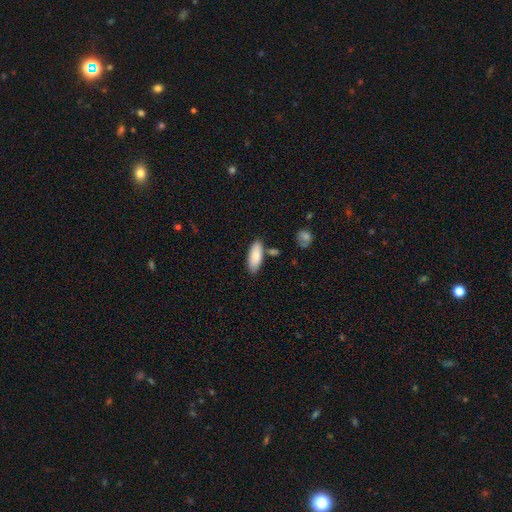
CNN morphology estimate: smooth-or-featured: smooth: 86% | featured or disk: 9% | star or artifact: 6%
  how-rounded: in between: 79% | cigar-shaped: 19% | round: 2%
  merging: none: 77% | minor disturbance: 13% | merger: 7% | major disturbance: 3%